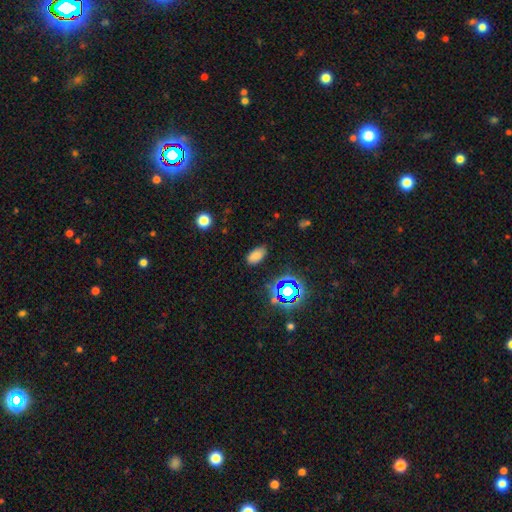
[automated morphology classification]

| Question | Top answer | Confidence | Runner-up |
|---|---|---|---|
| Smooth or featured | smooth | 73% | star or artifact (21%) |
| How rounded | in between | 92% | round (5%) |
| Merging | none | 83% | minor disturbance (12%) |